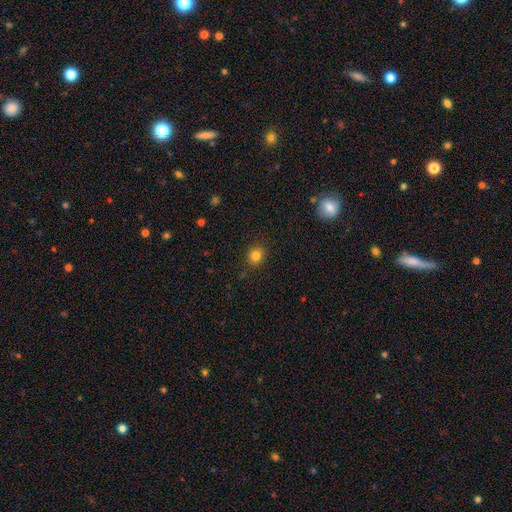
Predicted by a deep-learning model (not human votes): Morphology: type=smooth (82%); roundness=round (79%); merging=none (89%).